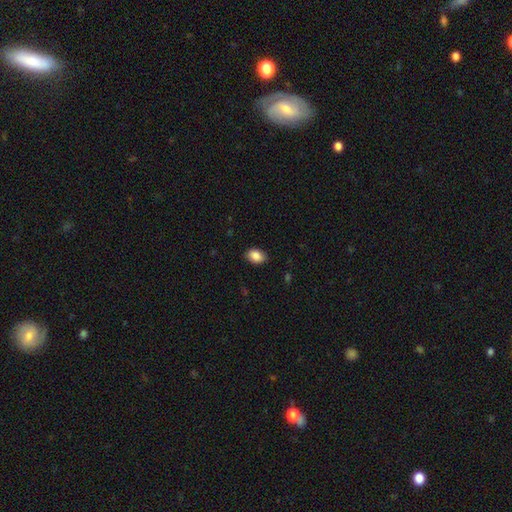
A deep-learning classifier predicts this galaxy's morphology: smooth-or-featured: smooth: 88% | star or artifact: 7% | featured or disk: 5%
  how-rounded: in between: 83% | round: 16% | cigar-shaped: 1%
  merging: none: 86% | minor disturbance: 10% | major disturbance: 2% | merger: 1%